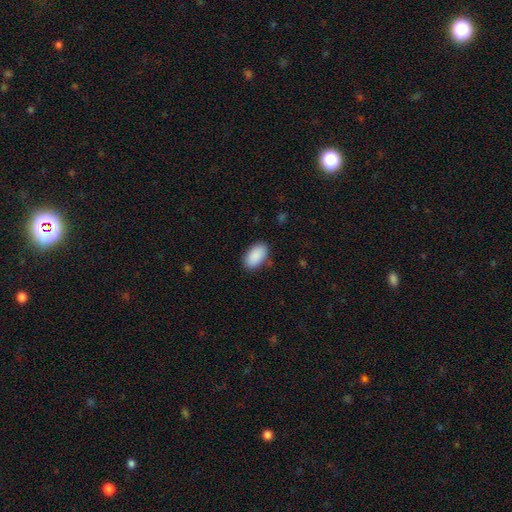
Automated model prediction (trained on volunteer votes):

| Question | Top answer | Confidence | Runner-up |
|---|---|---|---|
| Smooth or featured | smooth | 91% | star or artifact (6%) |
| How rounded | in between | 95% | round (3%) |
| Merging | none | 85% | minor disturbance (11%) |